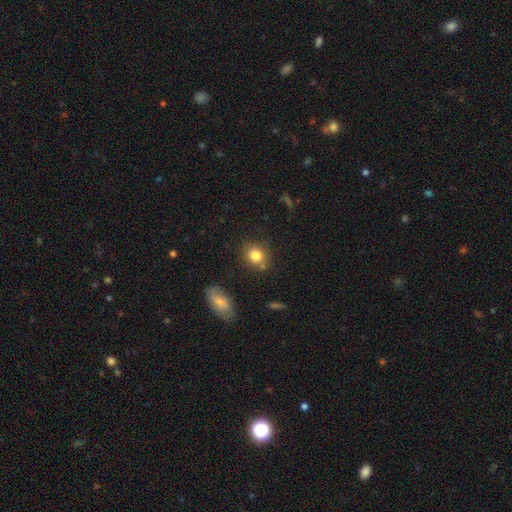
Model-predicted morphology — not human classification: This appears to be a smooth galaxy with no disk features (82%) that is round (71%). Merging: none (76%).